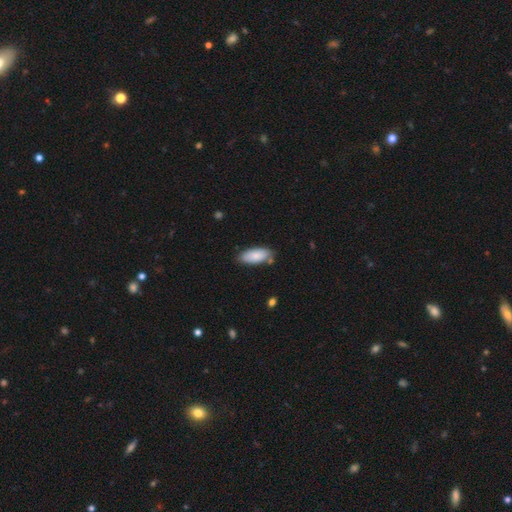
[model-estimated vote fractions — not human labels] Overall: smooth (85%). How rounded: in between (85%). Merging: none (77%).